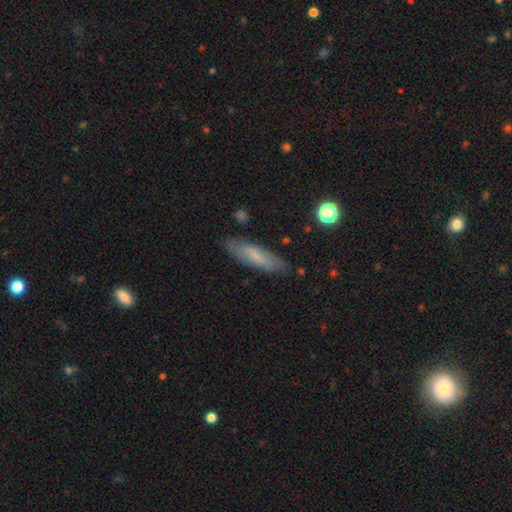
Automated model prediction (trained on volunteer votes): This is likely a smooth galaxy (63%). How rounded: likely cigar-shaped (63%). Merging: clearly none (82%).